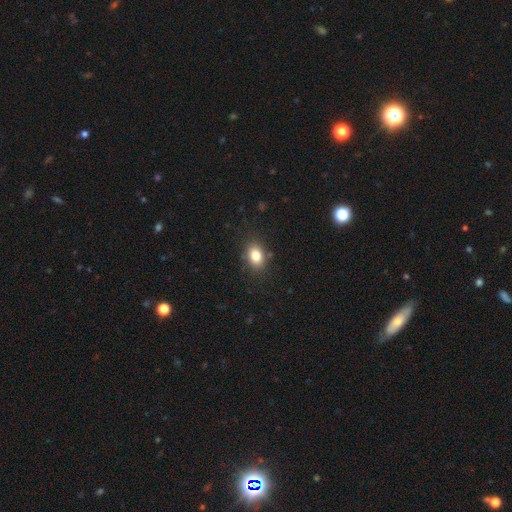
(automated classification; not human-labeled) Morphology: type=smooth (82%); roundness=in between (70%); merging=none (83%).